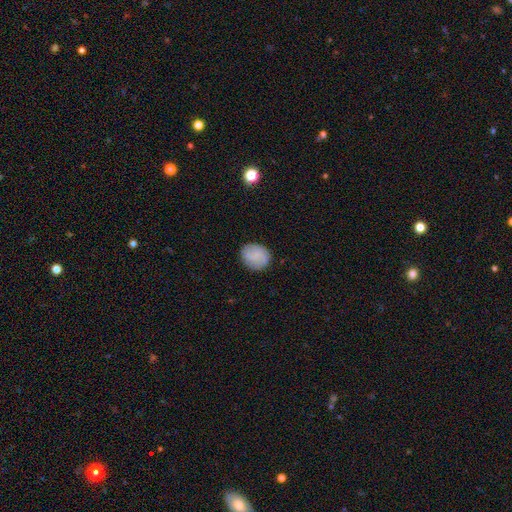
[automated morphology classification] smooth 69%, featured or disk 23%, star or artifact 8%. Down the decision tree: how rounded — round (71%); merging — none (84%).